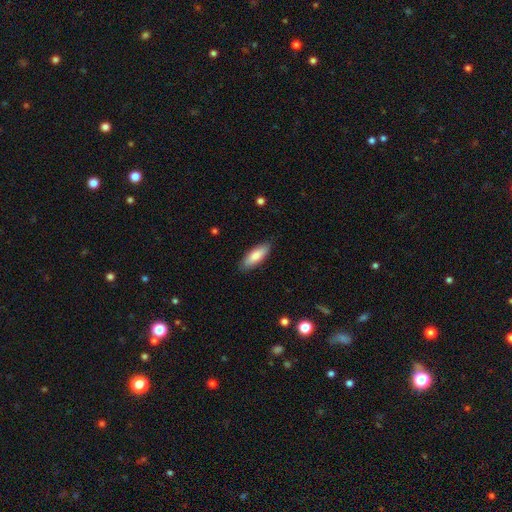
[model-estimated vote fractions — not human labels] smooth 82%, featured or disk 13%, star or artifact 5%. Down the decision tree: how rounded — in between (64%); merging — none (86%).